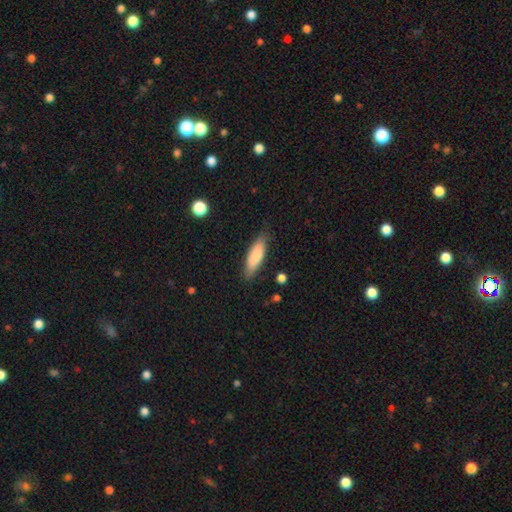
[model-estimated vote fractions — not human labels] Smooth or featured?
  - smooth: 81% *
  - featured or disk: 13%
  - star or artifact: 6%
How rounded?
  - cigar-shaped: 56% *
  - in between: 42%
  - round: 2%
Merging?
  - none: 83% *
  - minor disturbance: 13%
  - major disturbance: 3%
  - merger: 1%